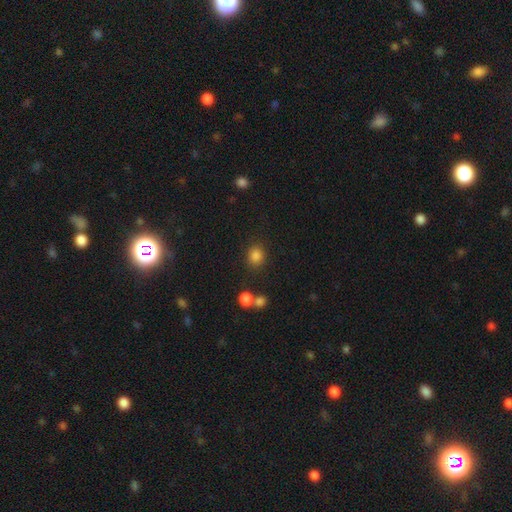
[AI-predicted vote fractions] This is clearly a smooth galaxy (84%). How rounded: likely round (73%). Merging: clearly none (81%).